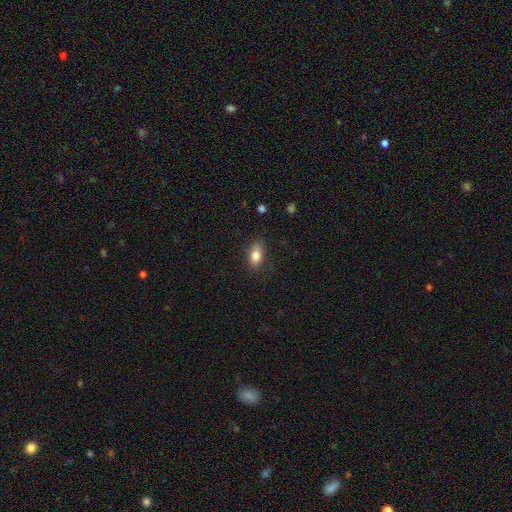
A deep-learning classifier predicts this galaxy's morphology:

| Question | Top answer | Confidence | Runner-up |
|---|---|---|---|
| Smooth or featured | smooth | 80% | featured or disk (12%) |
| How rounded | in between | 85% | cigar-shaped (9%) |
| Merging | none | 82% | minor disturbance (14%) |